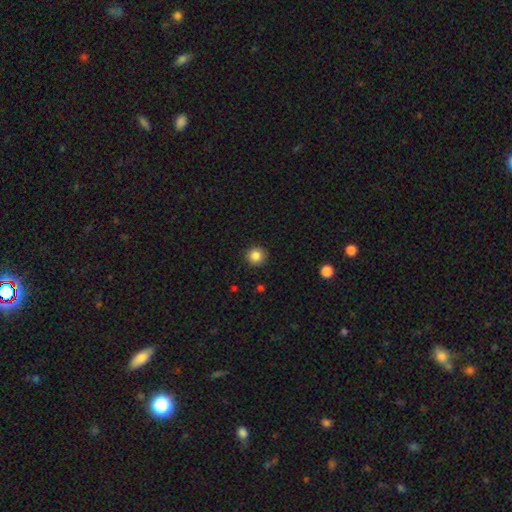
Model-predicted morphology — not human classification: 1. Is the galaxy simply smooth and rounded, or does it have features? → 85% smooth, 10% star or artifact, 4% featured or disk.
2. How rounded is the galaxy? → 94% round, 5% in between, 1% cigar-shaped.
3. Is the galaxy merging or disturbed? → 92% none, 5% minor disturbance, 2% major disturbance, 1% merger.